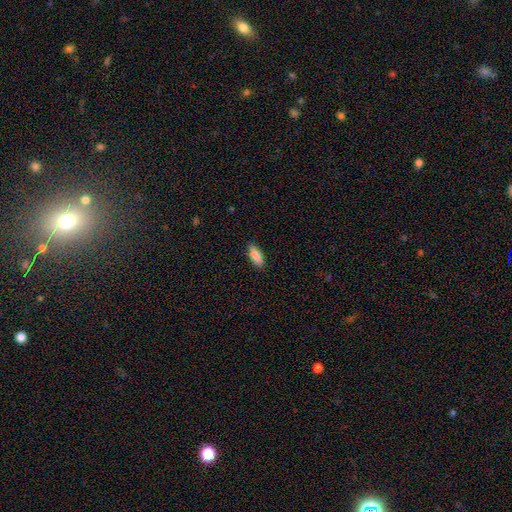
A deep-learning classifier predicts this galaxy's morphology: Smooth or featured: smooth — 89% (star or artifact — 6%)
How rounded: in between — 77% (cigar-shaped — 21%)
Merging: none — 87% (minor disturbance — 10%)